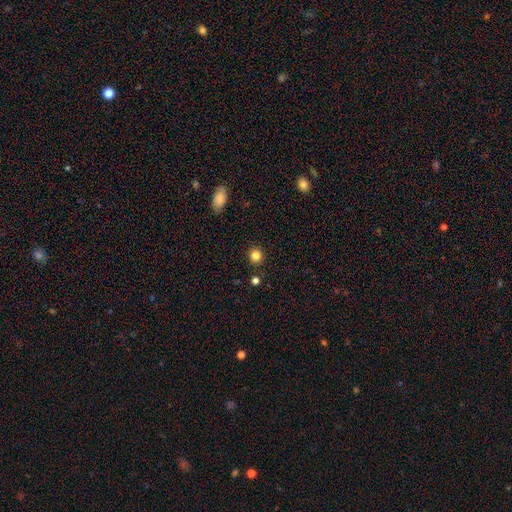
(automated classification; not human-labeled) Overall: smooth (84%). How rounded: round (90%). Merging: none (90%).